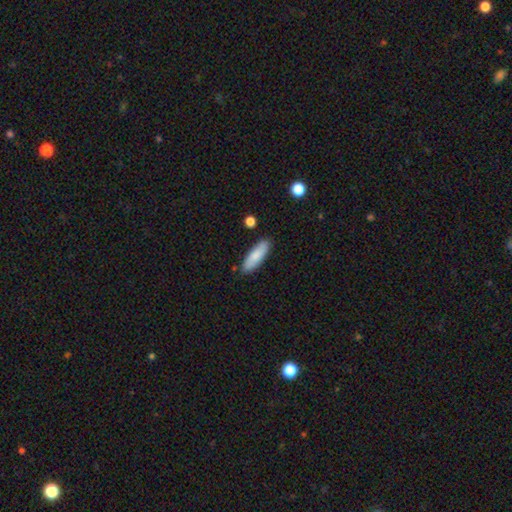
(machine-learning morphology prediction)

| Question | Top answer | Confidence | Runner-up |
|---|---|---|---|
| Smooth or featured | smooth | 84% | featured or disk (10%) |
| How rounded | in between | 50% | cigar-shaped (49%) |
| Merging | none | 85% | minor disturbance (11%) |